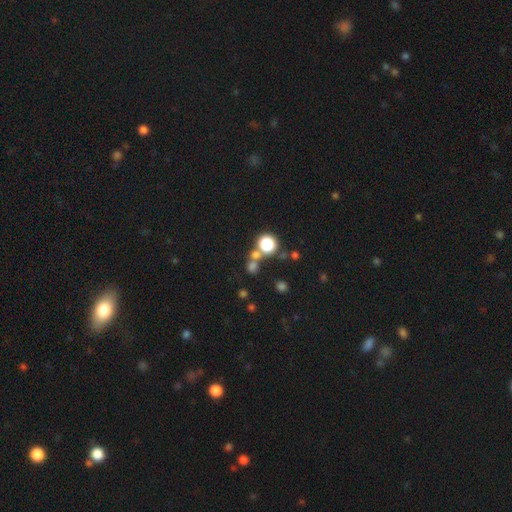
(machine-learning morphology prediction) A smooth galaxy with no disk features (55%) that is round (86%). Merging: none (61%).